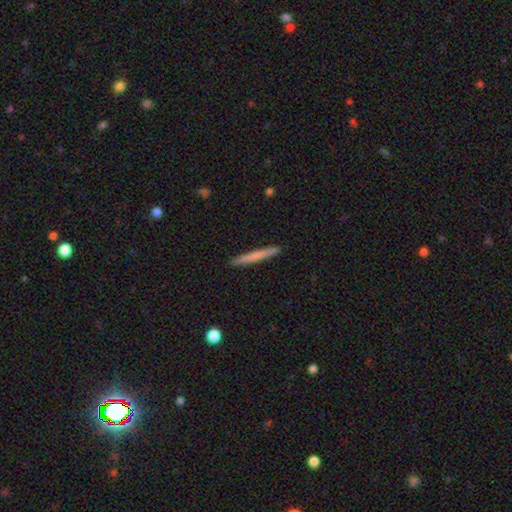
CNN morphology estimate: Smooth or featured? smooth (63%)
How rounded? cigar-shaped (97%)
Merging? none (92%)